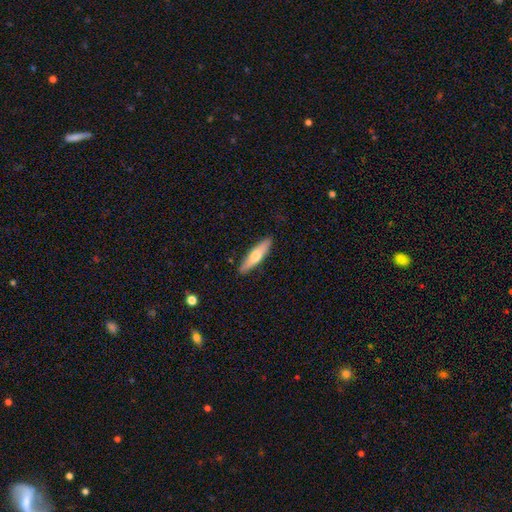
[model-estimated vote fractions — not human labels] The model was most divided on "smooth or featured": smooth: 62%, featured or disk: 33%, star or artifact: 5%. More confident: merging — none (88%); how rounded — cigar-shaped (76%).